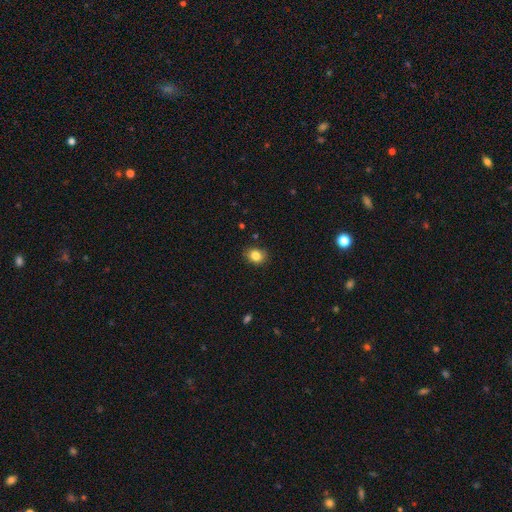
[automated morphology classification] Smooth or featured: smooth — 85% (star or artifact — 10%)
How rounded: round — 55% (in between — 44%)
Merging: none — 87% (minor disturbance — 10%)